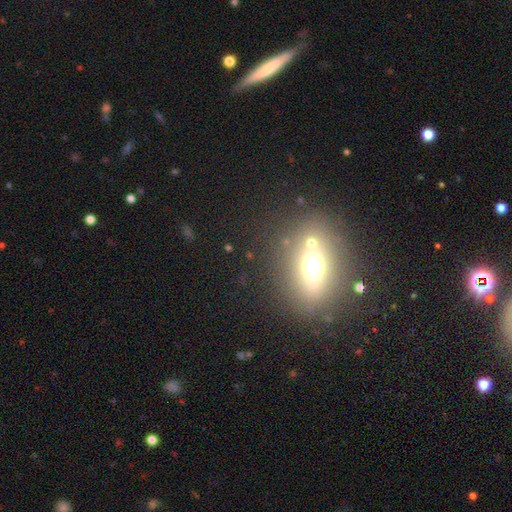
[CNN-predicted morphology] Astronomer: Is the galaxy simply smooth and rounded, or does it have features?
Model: smooth — 51%.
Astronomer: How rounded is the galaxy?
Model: in between — 62%.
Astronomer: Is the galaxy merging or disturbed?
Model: none — 67%.